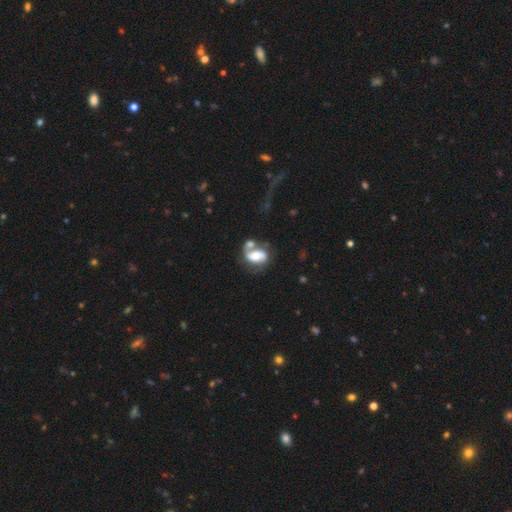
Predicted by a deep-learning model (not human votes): smooth-or-featured: featured or disk: 62% | smooth: 31% | star or artifact: 7%
  disk-edge-on: no: 96% | yes: 4%
    bar: no: 46% | weak: 30% | strong: 24%
    has-spiral-arms: yes: 77% | no: 23%
    bulge-size: moderate: 62% | large: 18% | small: 16% | dominant: 2% | none: 2%
  merging: none: 38% | merger: 32% | minor disturbance: 16% | major disturbance: 13%